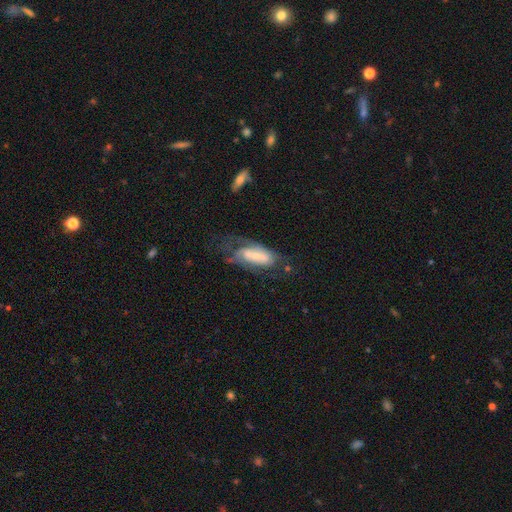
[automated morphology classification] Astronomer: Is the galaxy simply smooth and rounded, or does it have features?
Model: featured or disk — 63%.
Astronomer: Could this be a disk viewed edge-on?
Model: no — 89%.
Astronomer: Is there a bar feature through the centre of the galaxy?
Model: no — 44% (runner-up: weak, 34%).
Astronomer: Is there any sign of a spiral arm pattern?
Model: yes — 72%.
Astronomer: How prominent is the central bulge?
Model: small — 55% (runner-up: moderate, 32%).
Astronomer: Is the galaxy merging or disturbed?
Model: none — 42% (runner-up: major disturbance, 30%).